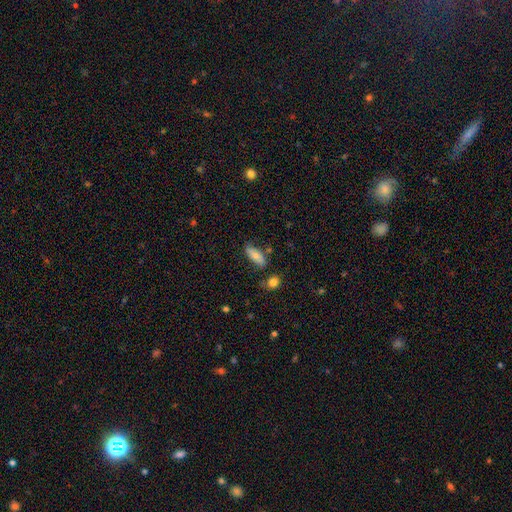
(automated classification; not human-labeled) smooth-or-featured: smooth: 73% | featured or disk: 20% | star or artifact: 7%
  how-rounded: in between: 73% | cigar-shaped: 24% | round: 3%
  merging: none: 70% | minor disturbance: 19% | merger: 6% | major disturbance: 5%